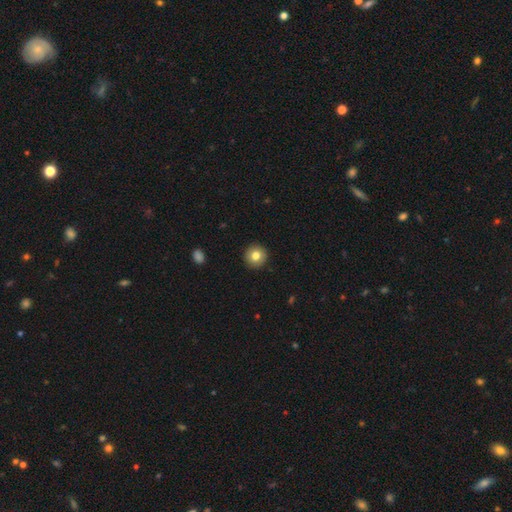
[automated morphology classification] A smooth galaxy with no disk features (80%) that is round (94%).

Vote fractions:
- Smooth or featured? smooth: 80% / featured or disk: 11% / star or artifact: 9%
- How rounded? round: 94% / in between: 5% / cigar-shaped: 1%
- Merging? none: 92% / minor disturbance: 5% / major disturbance: 2% / merger: 1%